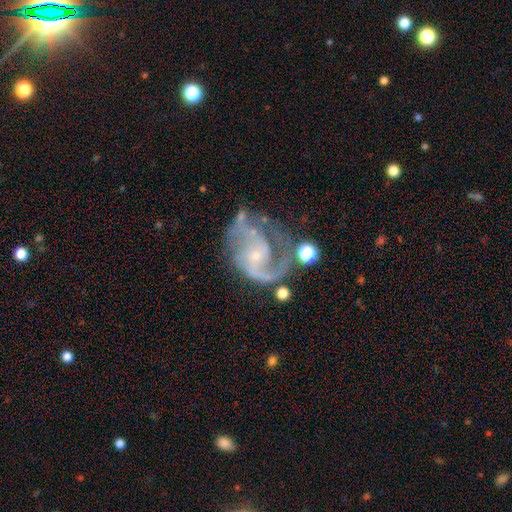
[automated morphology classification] smooth-or-featured: featured or disk: 88% | star or artifact: 6% | smooth: 5%
  disk-edge-on: no: 98% | yes: 2%
    bar: no: 63% | weak: 31% | strong: 7%
    has-spiral-arms: yes: 96% | no: 4%
      spiral-winding: medium: 51% | loose: 25% | tight: 24%
      spiral-arm-count: 2: 70% | 1: 12% | can't tell: 8% | 3: 6% | 4: 2% | more than 4: 2%
    bulge-size: small: 77% | moderate: 16% | none: 5% | large: 1% | dominant: 1%
  merging: none: 48% | major disturbance: 24% | minor disturbance: 22% | merger: 7%